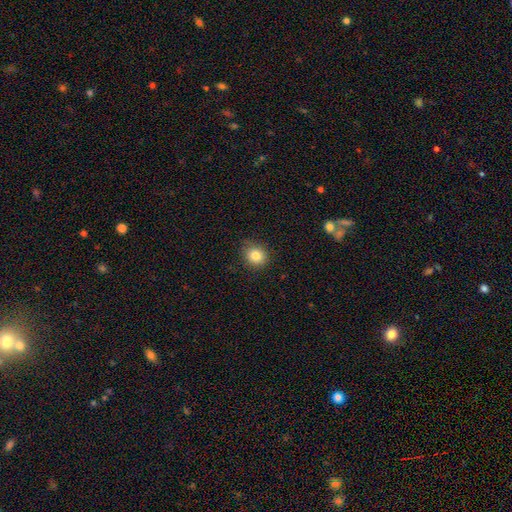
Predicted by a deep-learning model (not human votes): A smooth galaxy with no disk features (82%) that is round (74%). Merging: none (82%).